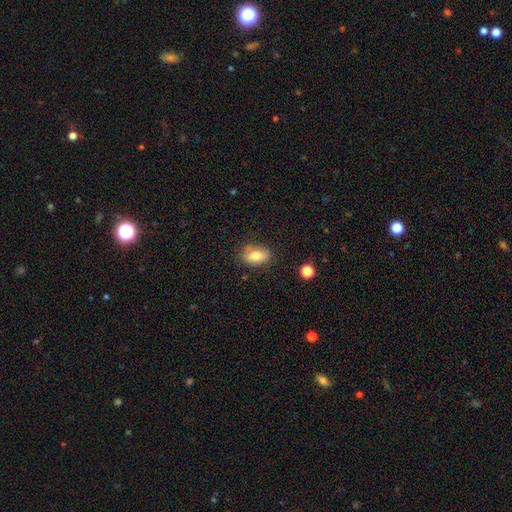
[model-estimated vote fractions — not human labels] A smooth galaxy with no disk features (79%) that is in between round and cigar-shaped (86%). Merging: none (77%).